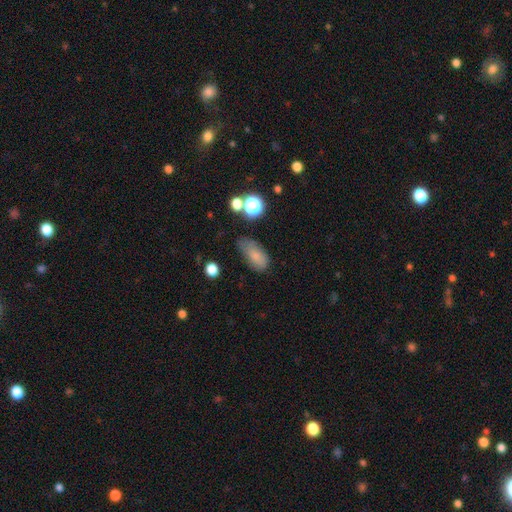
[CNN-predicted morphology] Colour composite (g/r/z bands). It shows a smooth galaxy with no disk features (77%) that is in between round and cigar-shaped (86%). Merging: none (48%).